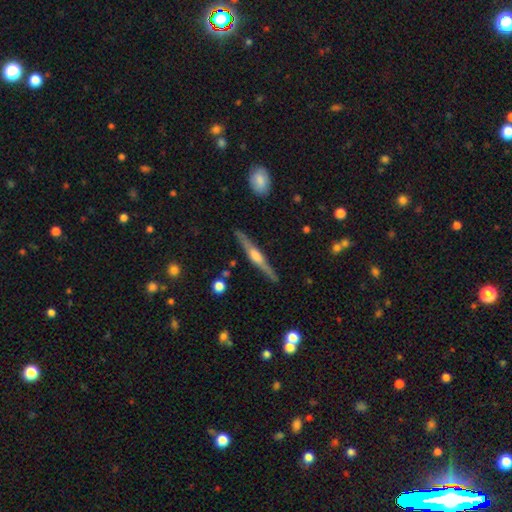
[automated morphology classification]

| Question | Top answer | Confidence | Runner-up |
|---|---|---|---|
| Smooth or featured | featured or disk | 76% | smooth (19%) |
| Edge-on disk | yes | 98% | no (2%) |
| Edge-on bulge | rounded | 78% | boxy (17%) |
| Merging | none | 87% | minor disturbance (9%) |